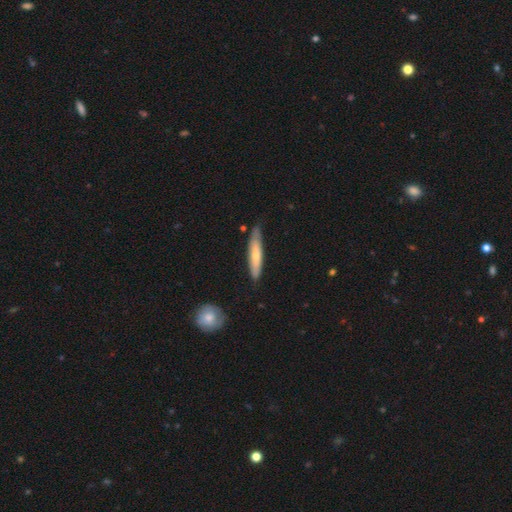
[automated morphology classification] Smooth or featured?
  - smooth: 63% *
  - featured or disk: 32%
  - star or artifact: 5%
How rounded?
  - cigar-shaped: 87% *
  - in between: 12%
  - round: 1%
Merging?
  - none: 73% *
  - minor disturbance: 21%
  - major disturbance: 3%
  - merger: 2%